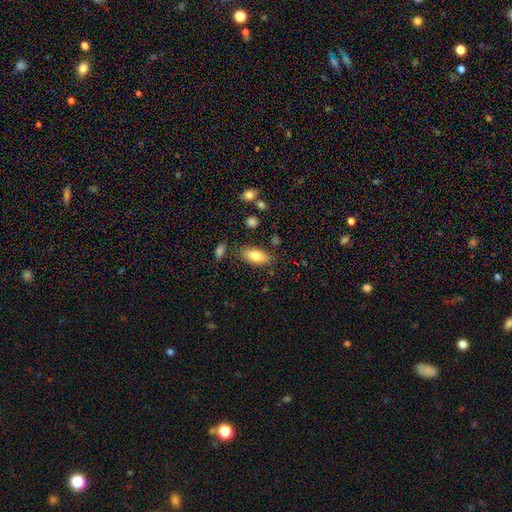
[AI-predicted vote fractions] Overall: smooth (80%). How rounded: in between (88%). Merging: none (80%).